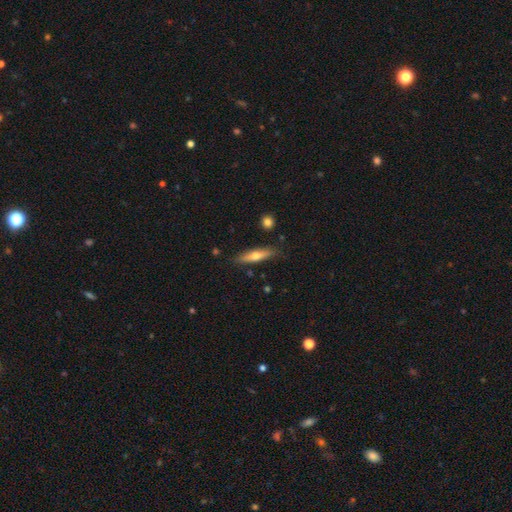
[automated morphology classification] type=smooth (51%); roundness=cigar-shaped (76%); merging=none (84%).